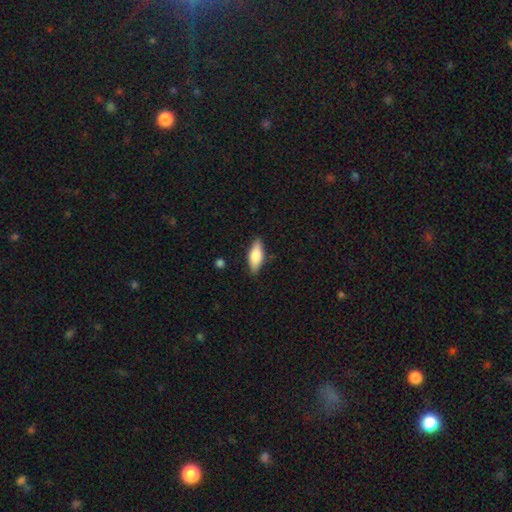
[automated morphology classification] type=smooth (72%); roundness=in between (73%); merging=none (84%).